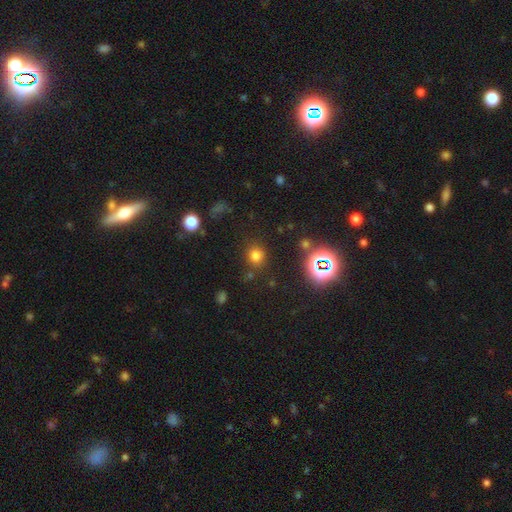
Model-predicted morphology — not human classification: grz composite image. It shows a smooth galaxy with no disk features (72%) that is round (83%). Merging: none (81%).